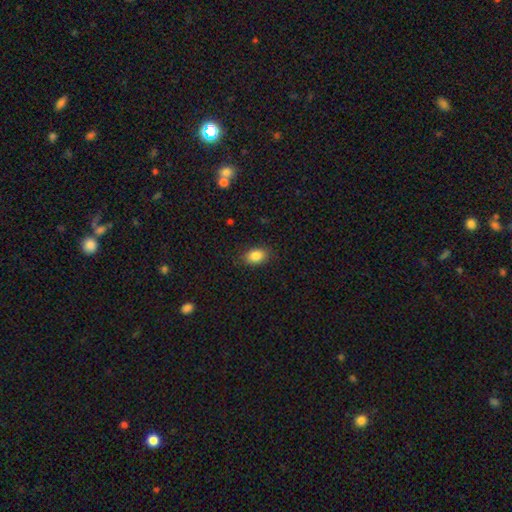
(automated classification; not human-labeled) smooth_or_featured: smooth (p=0.86) [alt: star or artifact p=0.09]
how_rounded: in between (p=0.81) [alt: round p=0.17]
merging: none (p=0.86) [alt: minor disturbance p=0.11]